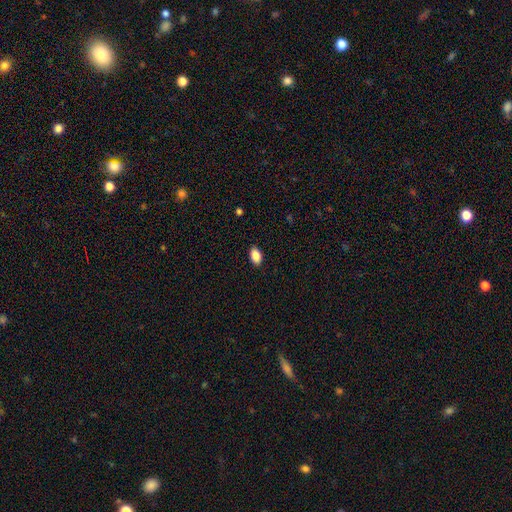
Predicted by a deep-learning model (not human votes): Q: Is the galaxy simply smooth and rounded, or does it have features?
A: smooth — 88%.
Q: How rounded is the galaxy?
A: in between — 91%.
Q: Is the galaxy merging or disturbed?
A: none — 89%.